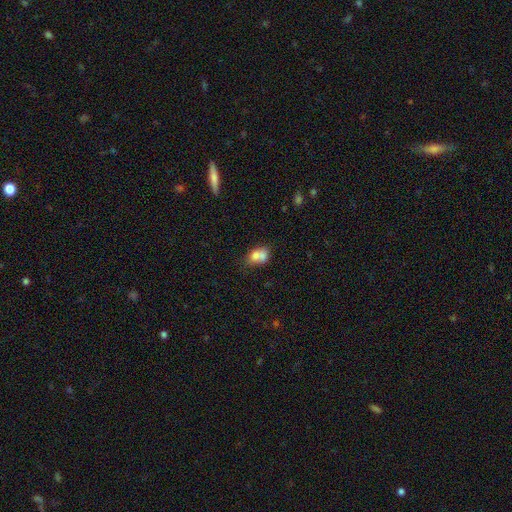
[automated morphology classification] The model was most divided on "how rounded": in between: 59%, round: 39%, cigar-shaped: 2%. More confident: smooth or featured — smooth (70%); merging — merger (60%).